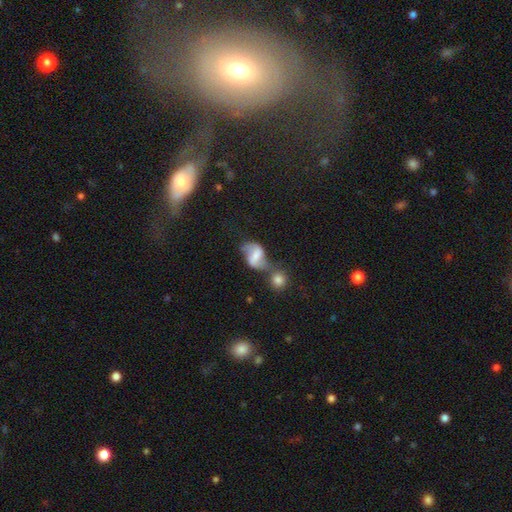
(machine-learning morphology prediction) A featured or disk galaxy (56%) with a weak bar (42%), spiral arms (75%) and a moderate central bulge (38%, tied with small).

Vote fractions:
- Smooth or featured? featured or disk: 56% / smooth: 34% / star or artifact: 9%
- Edge-on disk? no: 95% / yes: 5%
- Bar? weak: 42% / strong: 41% / no: 17%
- Spiral arms? yes: 75% / no: 25%
- Bulge size? moderate: 38% (tied) / small: 38% (tied) / none: 15% / large: 8% / dominant: 2%
- Merging? merger: 37% / none: 34% / minor disturbance: 17% / major disturbance: 12%